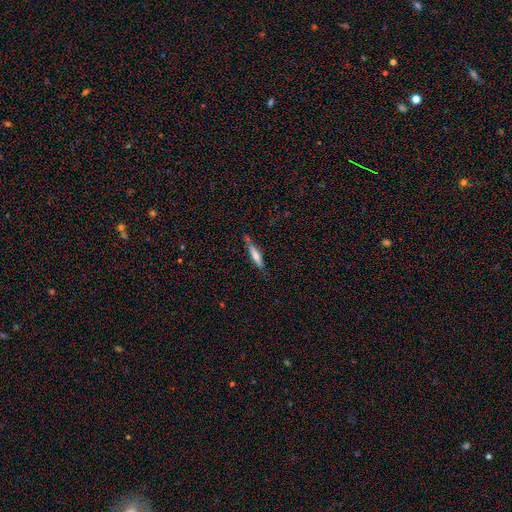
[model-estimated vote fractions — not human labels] This is likely a smooth galaxy (61%). How rounded: clearly cigar-shaped (84%). Merging: likely none (71%).